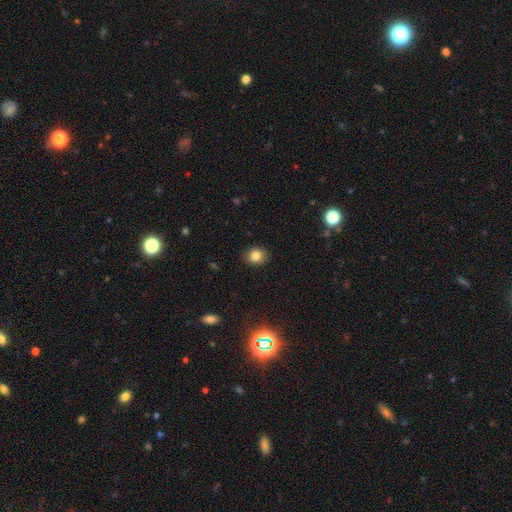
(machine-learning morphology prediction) Overall: smooth (83%). How rounded: round (66%; in between 33%). Merging: none (89%).